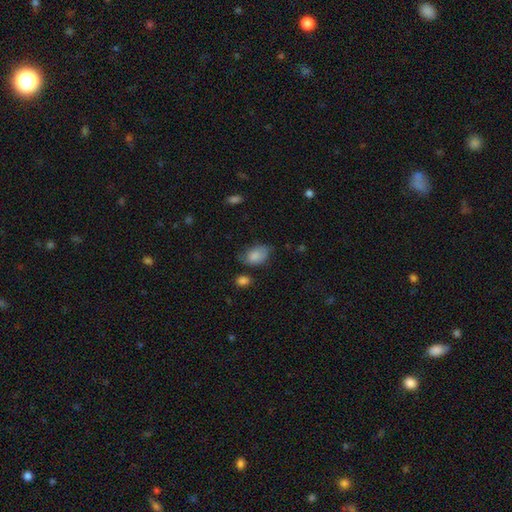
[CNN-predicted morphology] This is likely a smooth galaxy (79%). How rounded: clearly in between (82%). Merging: marginally none (45%).